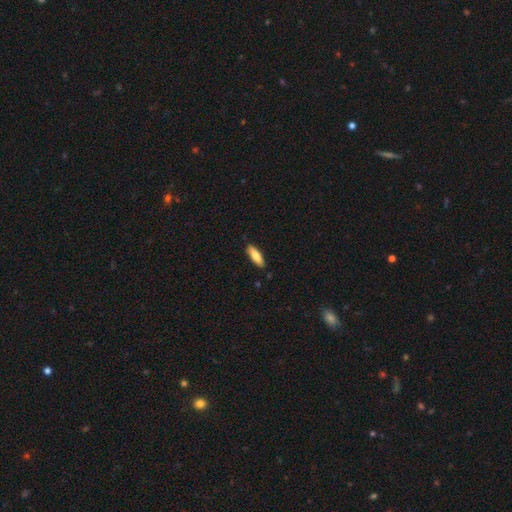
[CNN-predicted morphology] A smooth galaxy with no disk features (77%) that is cigar-shaped (53%).

Vote fractions:
- Smooth or featured? smooth: 77% / featured or disk: 17% / star or artifact: 6%
- How rounded? cigar-shaped: 53% / in between: 46% / round: 2%
- Merging? none: 88% / minor disturbance: 9% / major disturbance: 2% / merger: 1%